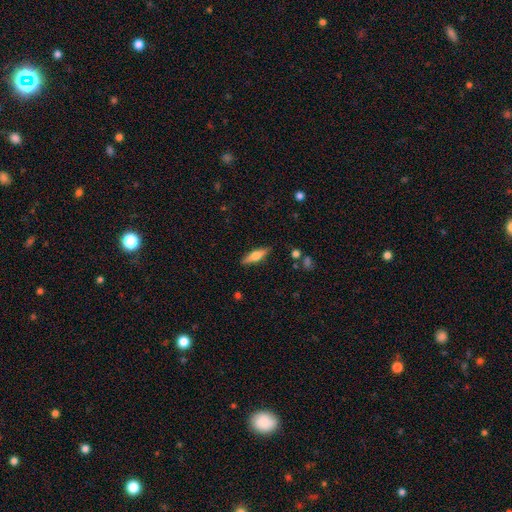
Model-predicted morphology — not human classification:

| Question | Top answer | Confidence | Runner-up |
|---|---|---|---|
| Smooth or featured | smooth | 47% | tied: featured or disk (47%) |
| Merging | none | 87% | minor disturbance (9%) |